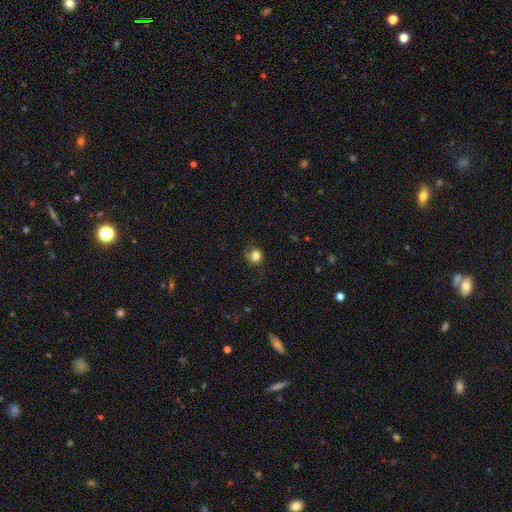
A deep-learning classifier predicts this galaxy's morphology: A smooth galaxy with no disk features (82%) that is round (86%).

Vote fractions:
- Smooth or featured? smooth: 82% / star or artifact: 11% / featured or disk: 8%
- How rounded? round: 86% / in between: 13% / cigar-shaped: 1%
- Merging? none: 74% / minor disturbance: 18% / major disturbance: 7% / merger: 1%